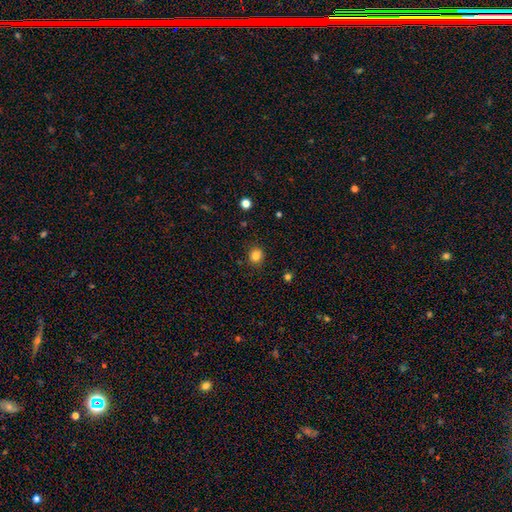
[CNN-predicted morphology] Smooth or featured? Predicted: smooth (p=0.83). How rounded? Predicted: round (p=0.82). Merging? Predicted: none (p=0.86).